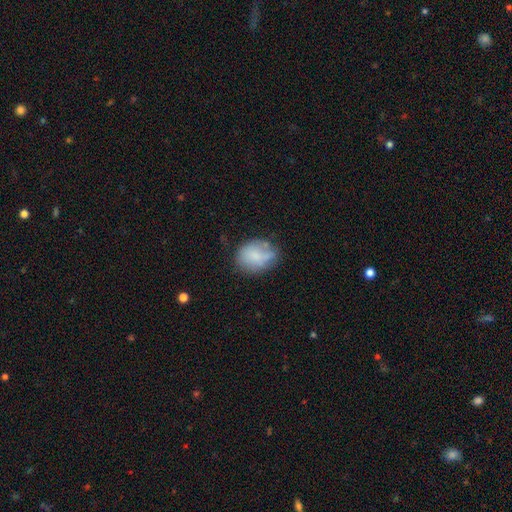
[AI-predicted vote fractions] A smooth galaxy with no disk features (71%) that is in between round and cigar-shaped (56%).

Vote fractions:
- Smooth or featured? smooth: 71% / featured or disk: 20% / star or artifact: 9%
- How rounded? in between: 56% / round: 43% / cigar-shaped: 1%
- Merging? none: 51% / minor disturbance: 30% / major disturbance: 11% / merger: 8%